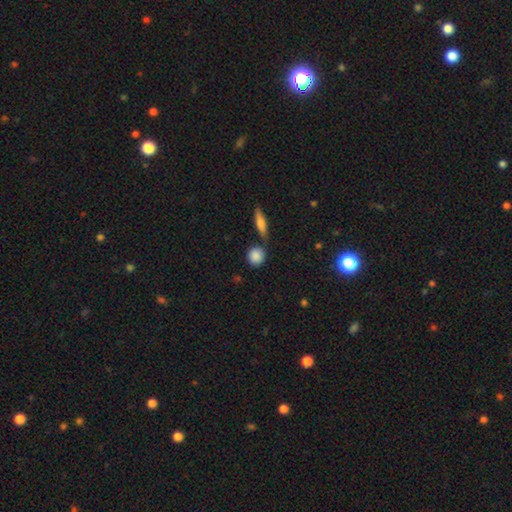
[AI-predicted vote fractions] Overall: smooth (86%). How rounded: round (82%). Merging: none (74%).